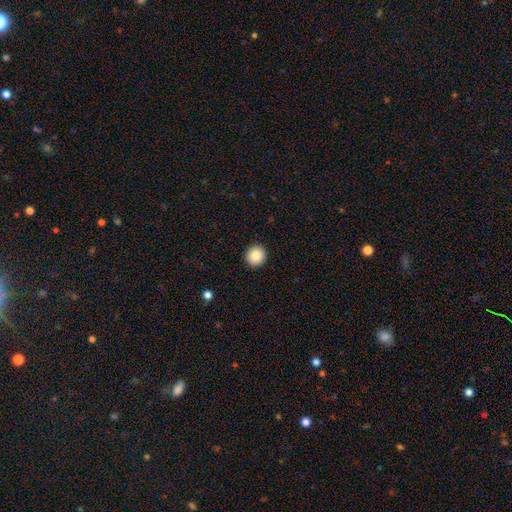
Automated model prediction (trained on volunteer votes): Smooth or featured? smooth (88%)
How rounded? round (93%)
Merging? none (93%)